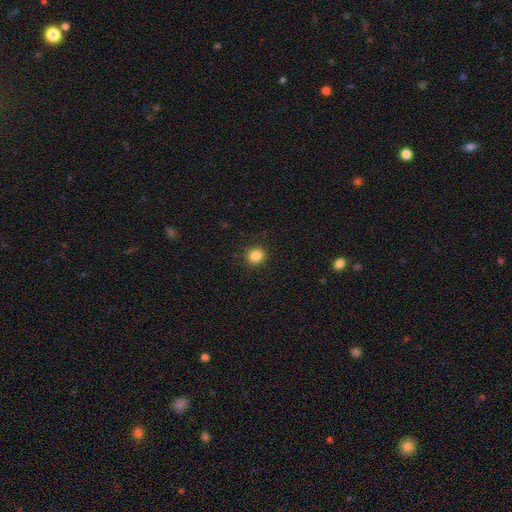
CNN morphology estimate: A smooth galaxy with no disk features (85%) that is round (87%). Merging: none (90%).